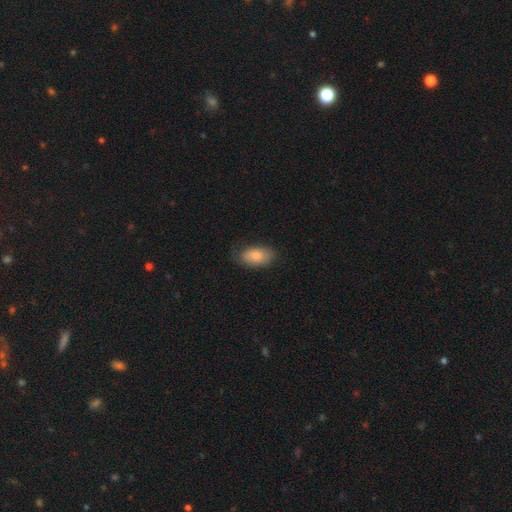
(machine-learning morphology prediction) Smooth or featured: smooth — 82% (featured or disk — 11%)
How rounded: in between — 92% (round — 6%)
Merging: none — 75% (minor disturbance — 19%)